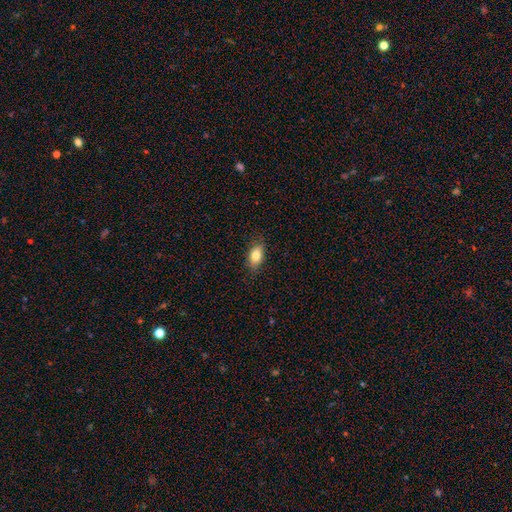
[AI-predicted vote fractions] Overall: smooth (80%). How rounded: in between (86%). Merging: none (83%).